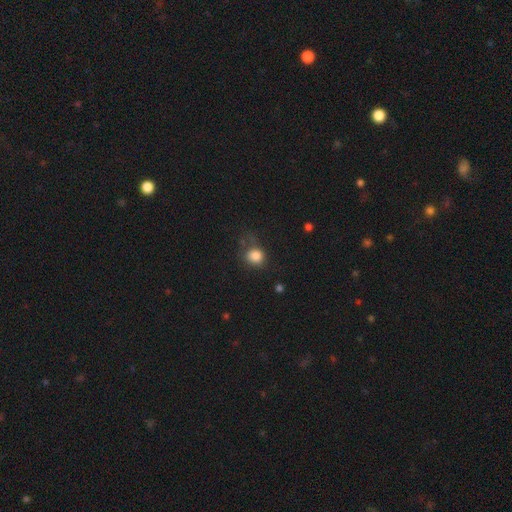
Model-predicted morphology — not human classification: A smooth galaxy with no disk features (83%) that is round (76%).

Vote fractions:
- Smooth or featured? smooth: 83% / star or artifact: 11% / featured or disk: 7%
- How rounded? round: 76% / in between: 23% / cigar-shaped: 1%
- Merging? none: 57% / minor disturbance: 25% / major disturbance: 14% / merger: 4%